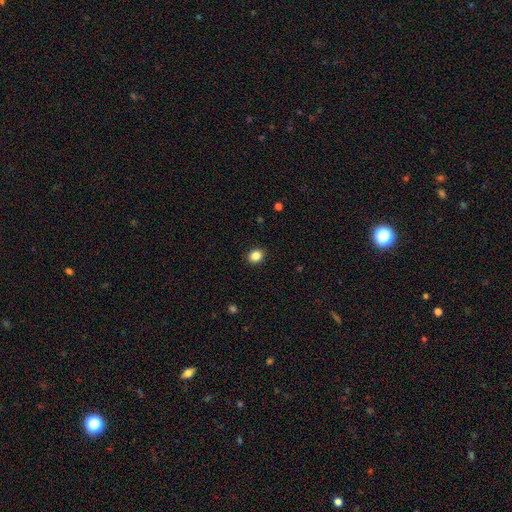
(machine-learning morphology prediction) A smooth galaxy with no disk features (86%) that is round (57%). Merging: none (91%).